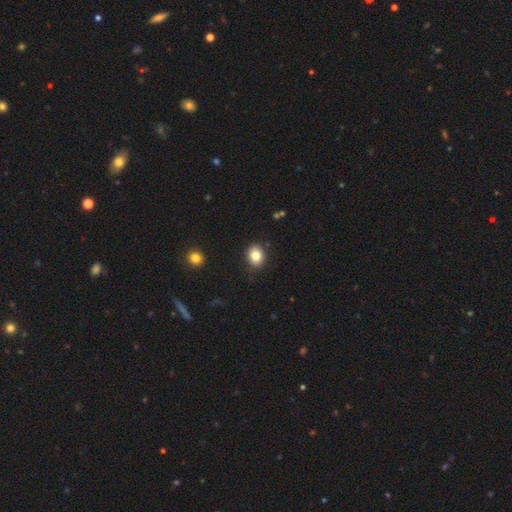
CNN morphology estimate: Smooth or featured: smooth — 83% (star or artifact — 10%)
How rounded: round — 51% (in between — 48%)
Merging: none — 87% (minor disturbance — 9%)